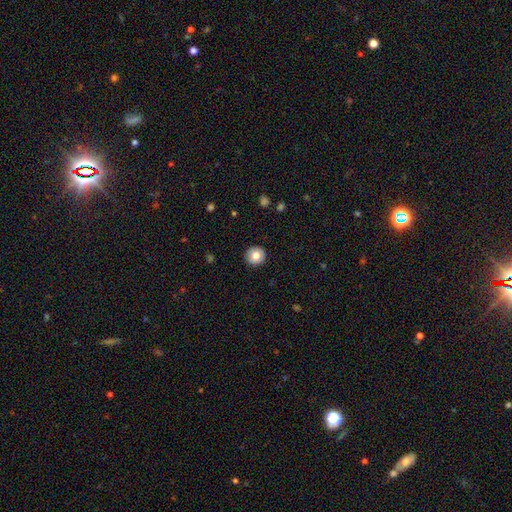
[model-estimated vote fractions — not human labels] Morphology: type=smooth (80%); roundness=round (94%); merging=none (92%).